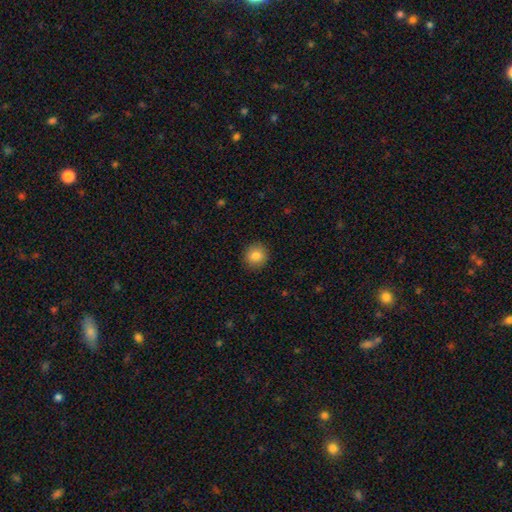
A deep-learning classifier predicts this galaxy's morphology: This appears to be a smooth galaxy with no disk features (84%) that is round (89%). Merging: none (91%).